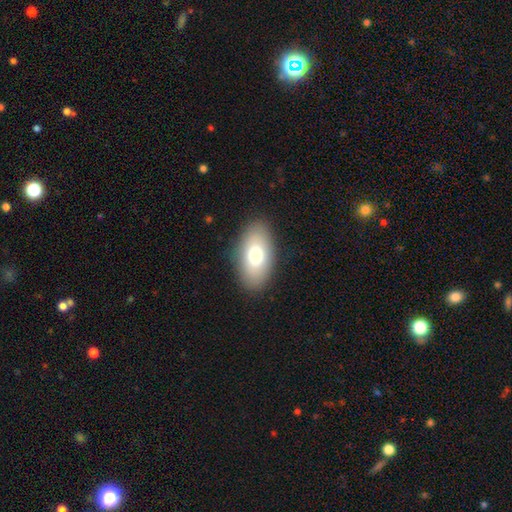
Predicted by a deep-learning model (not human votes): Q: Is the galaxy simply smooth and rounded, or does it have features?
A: smooth — 74%.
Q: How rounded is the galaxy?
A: in between — 93%.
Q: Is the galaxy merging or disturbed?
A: none — 86%.